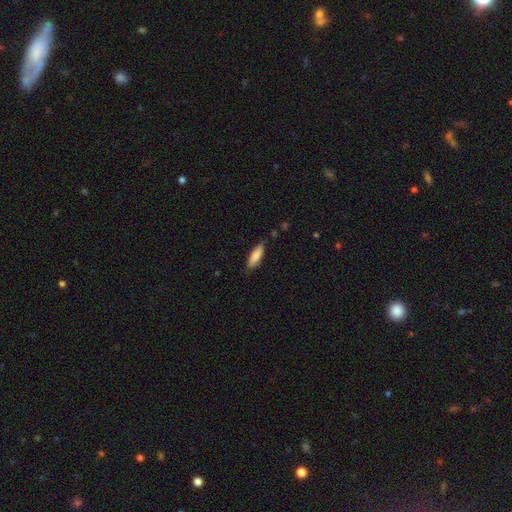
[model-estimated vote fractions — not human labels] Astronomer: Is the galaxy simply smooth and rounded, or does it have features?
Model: smooth — 84%.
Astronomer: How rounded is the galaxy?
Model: cigar-shaped — 52% (runner-up: in between, 47%).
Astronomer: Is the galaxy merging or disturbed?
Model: none — 81%.